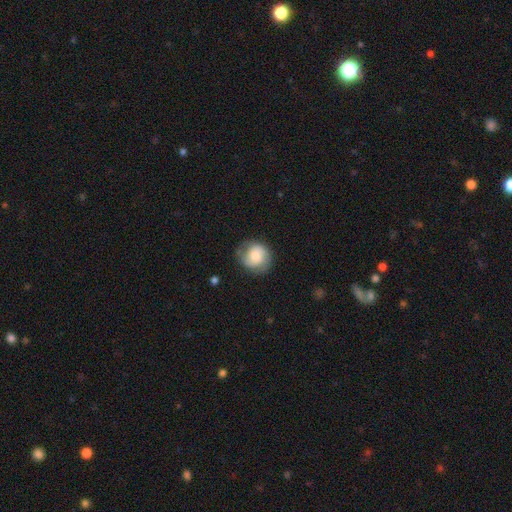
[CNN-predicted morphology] smooth 52%, featured or disk 40%, star or artifact 8%. Down the decision tree: how rounded — round (85%); merging — none (73%).